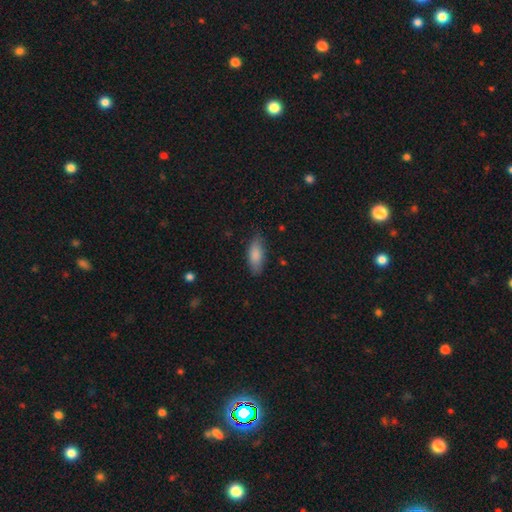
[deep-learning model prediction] Overall: smooth (86%). How rounded: in between (80%). Merging: none (81%).